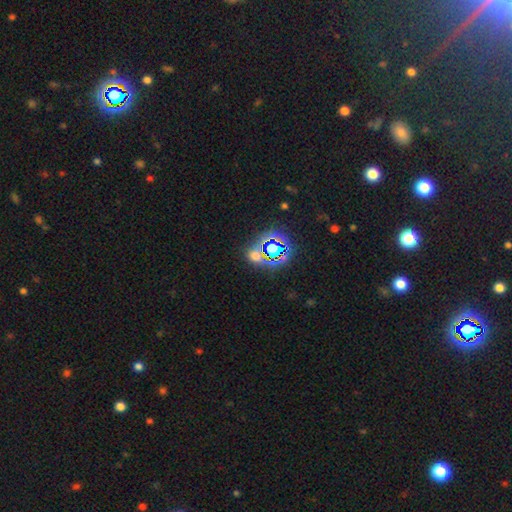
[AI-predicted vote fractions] smooth-or-featured: star or artifact: 53% | smooth: 38% | featured or disk: 10%